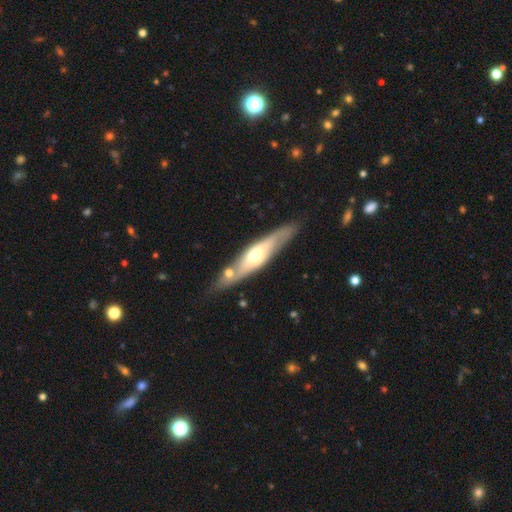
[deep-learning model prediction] This appears to be a featured or disk galaxy (59%) viewed edge-on (74%). Merging: none (76%).